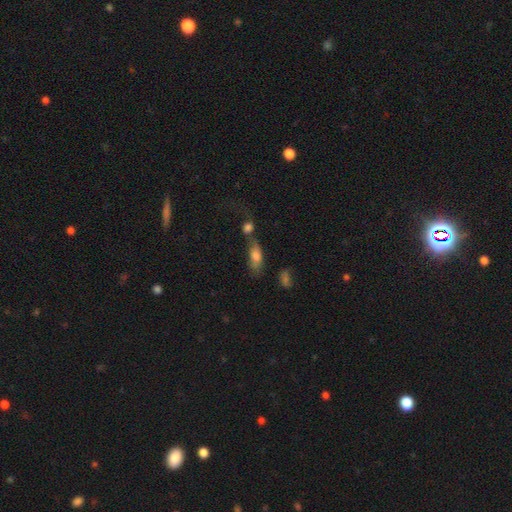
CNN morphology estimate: Smooth or featured? Predicted: smooth (p=0.72). How rounded? Predicted: in between (p=0.75). Merging? Predicted: merger (p=0.41).